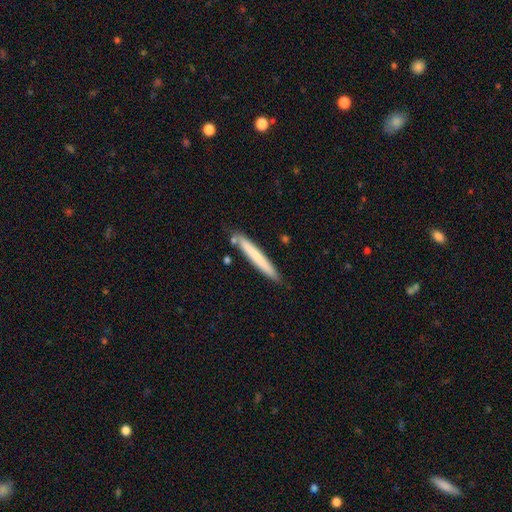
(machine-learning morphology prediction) Q: Smooth or featured?
A: smooth (69%); runner-up: featured or disk (25%)
Q: How rounded?
A: cigar-shaped (96%); runner-up: in between (3%)
Q: Merging?
A: none (83%); runner-up: minor disturbance (11%)